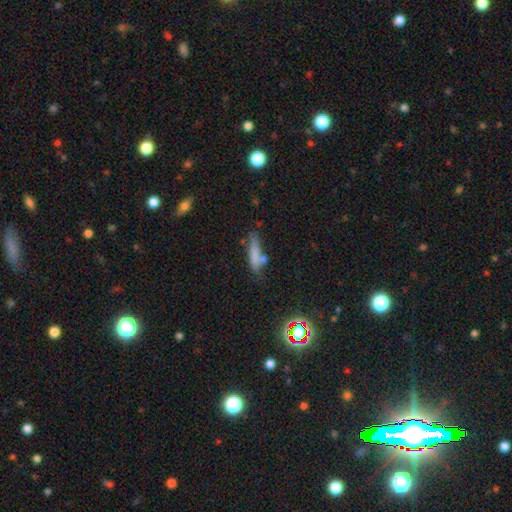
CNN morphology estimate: Smooth or featured? Predicted: smooth (p=0.73). How rounded? Predicted: cigar-shaped (p=0.76). Merging? Predicted: none (p=0.61).